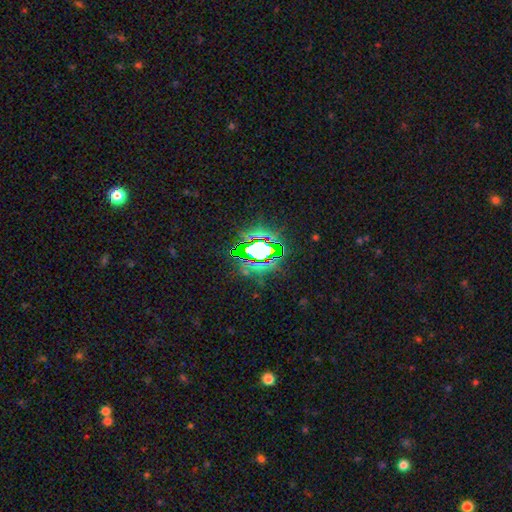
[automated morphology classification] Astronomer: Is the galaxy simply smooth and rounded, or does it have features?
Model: star or artifact — 70%.